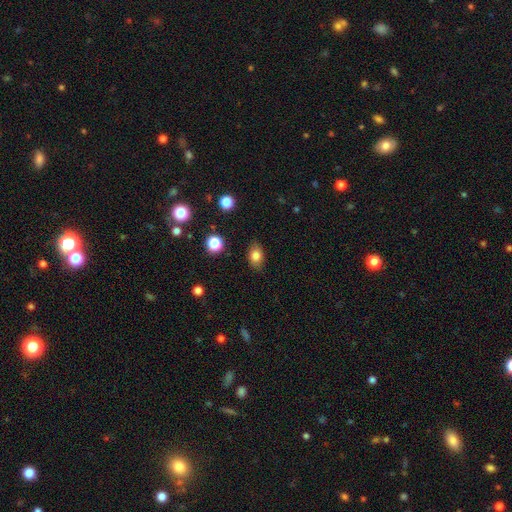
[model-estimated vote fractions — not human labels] smooth_or_featured: smooth (p=0.81) [alt: star or artifact p=0.10]
how_rounded: in between (p=0.76) [alt: round p=0.22]
merging: none (p=0.82) [alt: minor disturbance p=0.14]